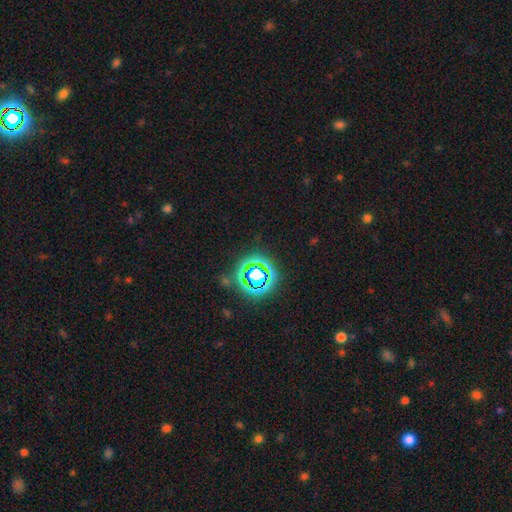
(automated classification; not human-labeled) The model was most divided on "smooth or featured": star or artifact: 69%, smooth: 20%, featured or disk: 11%.